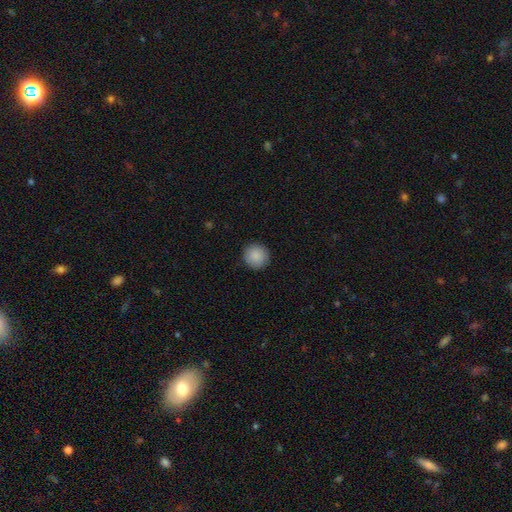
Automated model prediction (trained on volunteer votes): Overall: smooth (89%). How rounded: round (94%). Merging: none (92%).